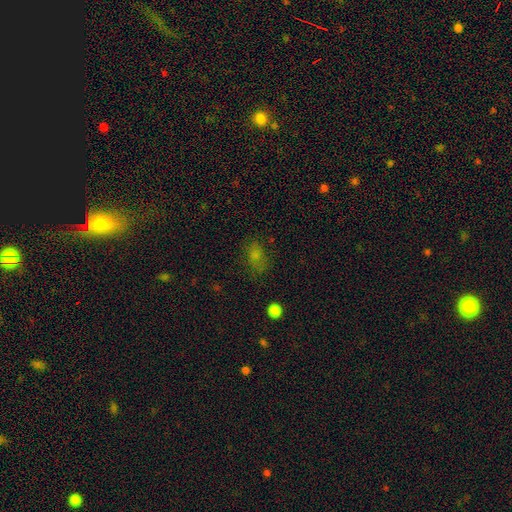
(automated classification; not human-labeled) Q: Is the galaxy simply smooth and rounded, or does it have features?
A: smooth — 71%.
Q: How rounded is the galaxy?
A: in between — 78%.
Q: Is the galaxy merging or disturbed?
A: none — 66%.